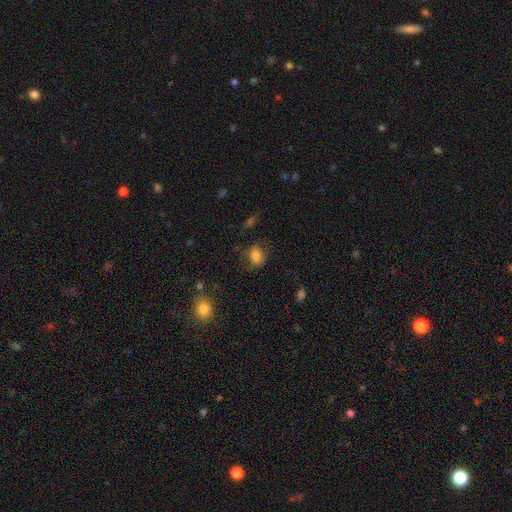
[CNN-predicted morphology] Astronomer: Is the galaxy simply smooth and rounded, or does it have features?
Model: smooth — 77%.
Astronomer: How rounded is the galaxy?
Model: in between — 68%.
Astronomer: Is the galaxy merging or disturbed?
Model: none — 66%.